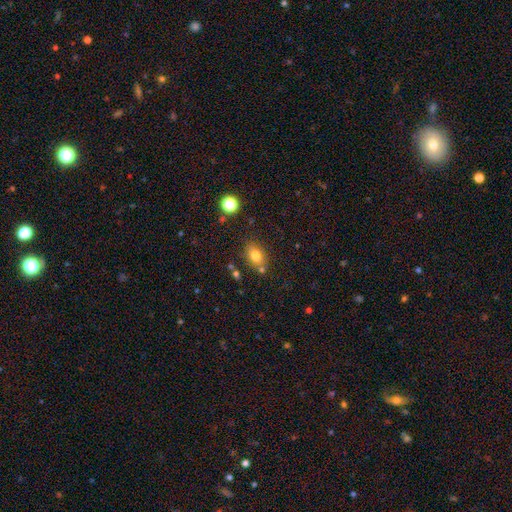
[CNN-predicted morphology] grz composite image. It shows a smooth galaxy with no disk features (77%) that is in between round and cigar-shaped (75%). Merging: none (74%).